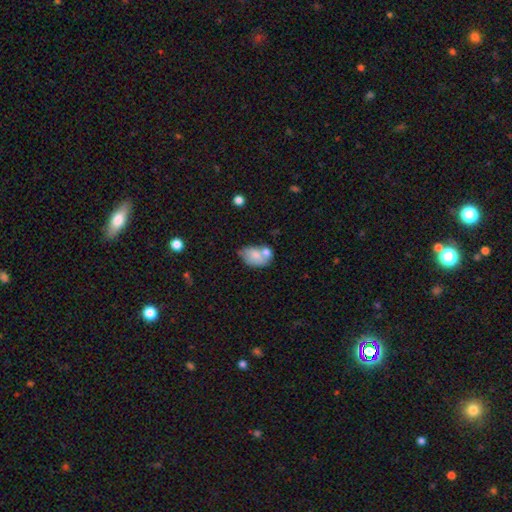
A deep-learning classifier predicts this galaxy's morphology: Smooth or featured: smooth — 70% (featured or disk — 22%)
How rounded: in between — 85% (round — 13%)
Merging: merger — 38% (none — 35%)